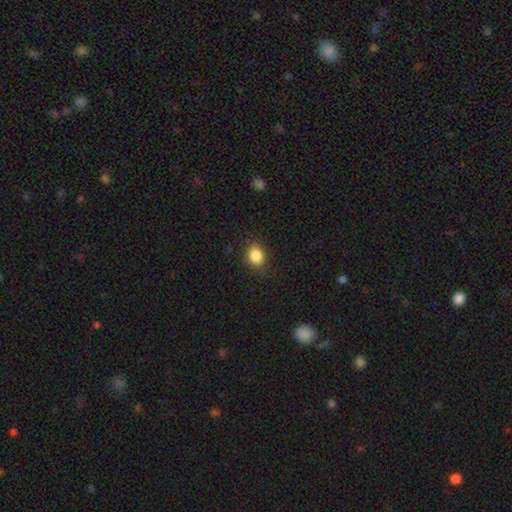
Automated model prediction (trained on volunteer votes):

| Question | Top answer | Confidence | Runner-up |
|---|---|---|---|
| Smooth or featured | smooth | 87% | star or artifact (9%) |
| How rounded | round | 52% | in between (47%) |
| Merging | none | 86% | minor disturbance (10%) |